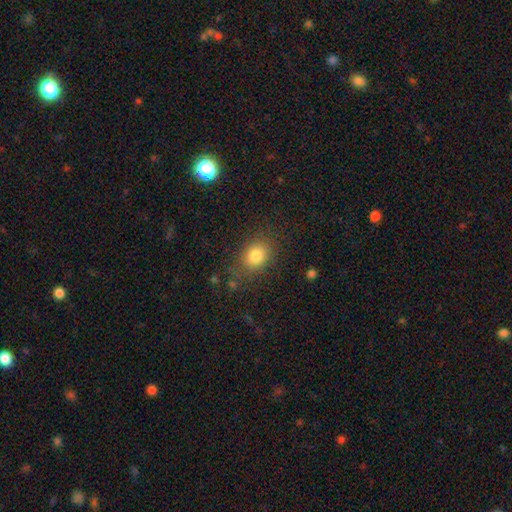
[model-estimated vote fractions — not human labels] Overall: smooth (82%). How rounded: in between (53%; round 45%). Merging: none (78%).